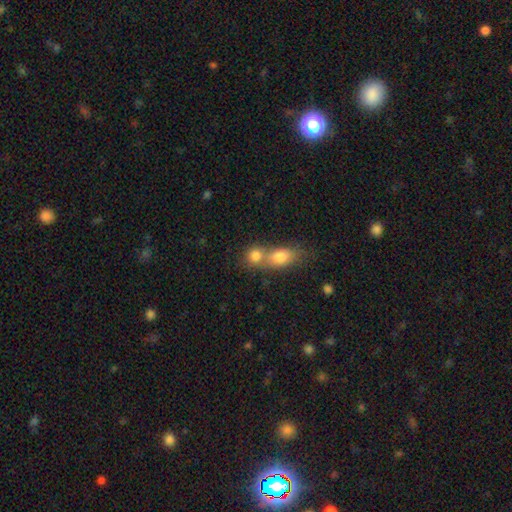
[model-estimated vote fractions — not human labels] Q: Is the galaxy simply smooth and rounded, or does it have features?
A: smooth — 79%.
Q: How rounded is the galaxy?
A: round — 69%.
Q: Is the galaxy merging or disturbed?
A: merger — 59%.